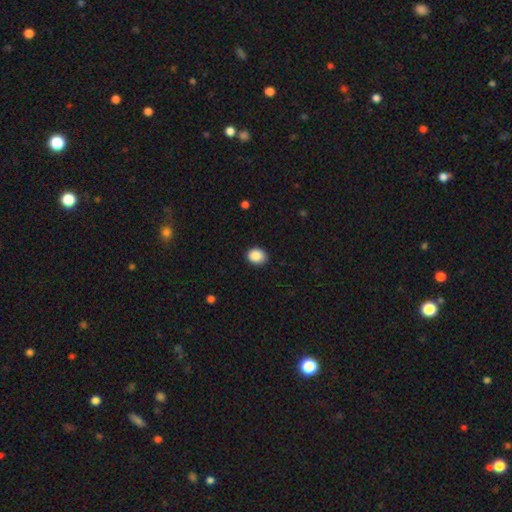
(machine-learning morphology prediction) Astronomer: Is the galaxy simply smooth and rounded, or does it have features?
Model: smooth — 89%.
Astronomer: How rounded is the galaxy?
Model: round — 57% (runner-up: in between, 42%).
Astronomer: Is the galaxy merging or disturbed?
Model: none — 87%.